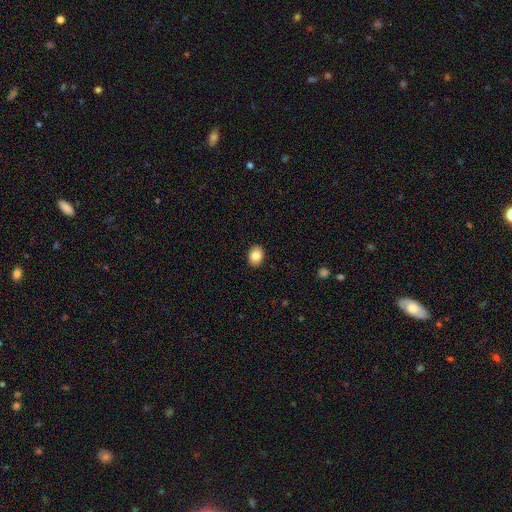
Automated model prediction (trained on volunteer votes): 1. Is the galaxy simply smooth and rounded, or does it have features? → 85% smooth, 8% star or artifact, 7% featured or disk.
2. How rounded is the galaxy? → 65% in between, 34% round, 1% cigar-shaped.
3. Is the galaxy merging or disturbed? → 91% none, 6% minor disturbance, 2% major disturbance, 1% merger.